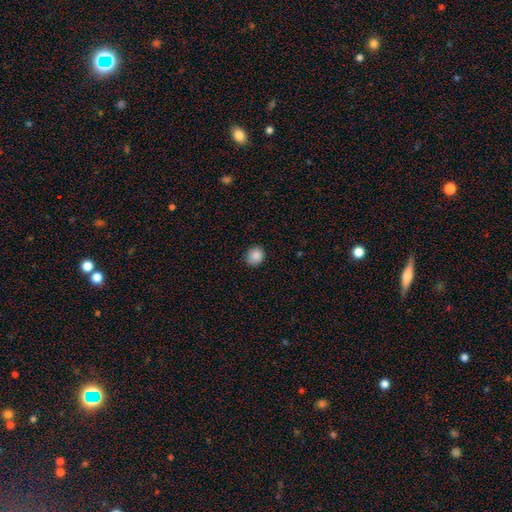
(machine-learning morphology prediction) This is clearly a smooth galaxy (88%). How rounded: likely round (77%). Merging: clearly none (85%).